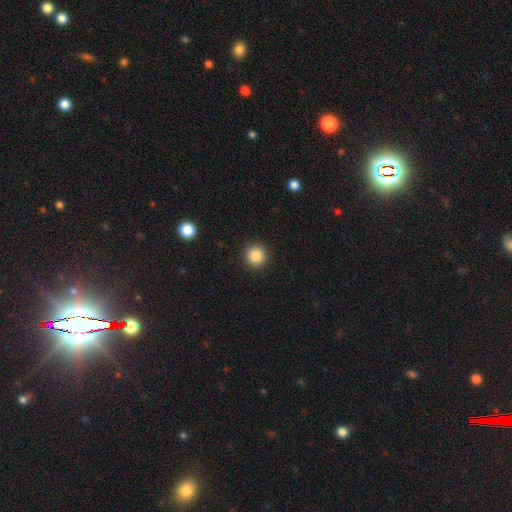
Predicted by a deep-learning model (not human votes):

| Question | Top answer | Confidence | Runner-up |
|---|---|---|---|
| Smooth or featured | smooth | 87% | star or artifact (10%) |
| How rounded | round | 95% | in between (4%) |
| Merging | none | 92% | minor disturbance (5%) |